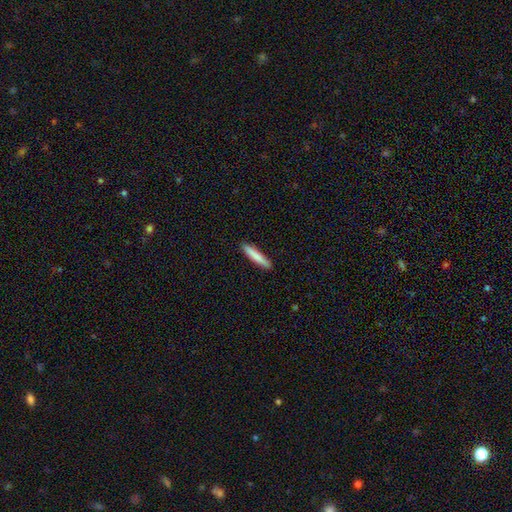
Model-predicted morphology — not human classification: Smooth or featured? smooth (81%)
How rounded? cigar-shaped (92%)
Merging? none (90%)